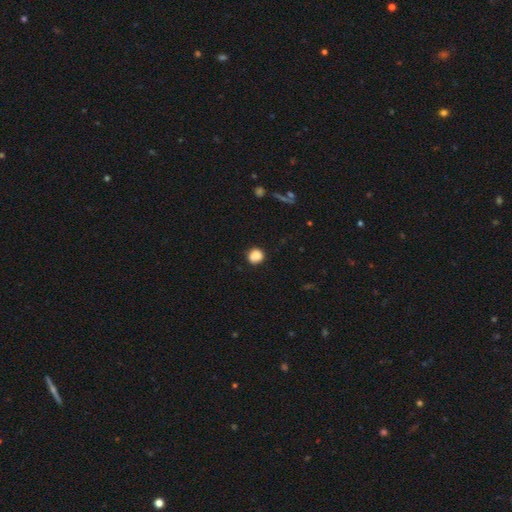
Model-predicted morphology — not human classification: Overall: smooth (86%). How rounded: round (87%). Merging: none (83%).